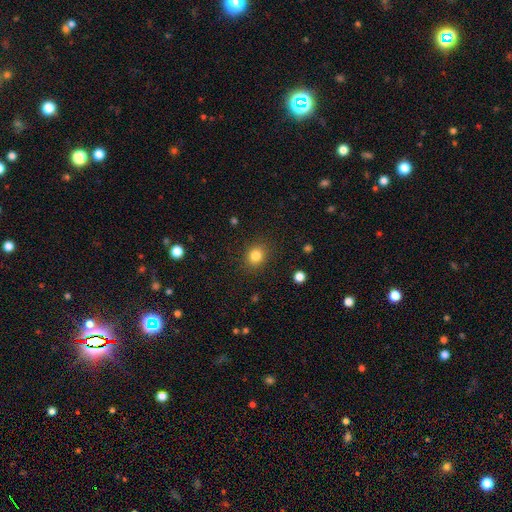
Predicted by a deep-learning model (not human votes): smooth-or-featured: smooth: 83% | star or artifact: 11% | featured or disk: 6%
  how-rounded: round: 72% | in between: 27% | cigar-shaped: 1%
  merging: none: 87% | minor disturbance: 8% | major disturbance: 3% | merger: 1%